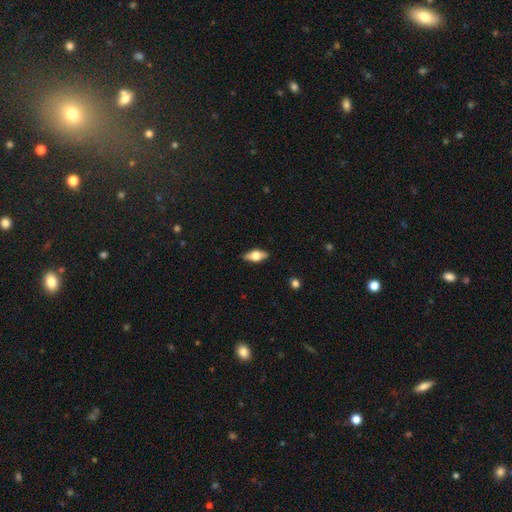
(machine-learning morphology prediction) smooth_or_featured: featured or disk (p=0.49) [alt: smooth p=0.44]
merging: none (p=0.87) [alt: minor disturbance p=0.10]